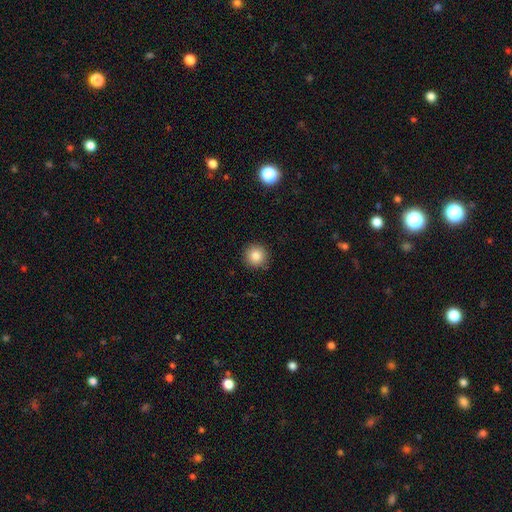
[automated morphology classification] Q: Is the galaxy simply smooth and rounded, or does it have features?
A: smooth — 84%.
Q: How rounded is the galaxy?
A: round — 95%.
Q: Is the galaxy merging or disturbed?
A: none — 91%.